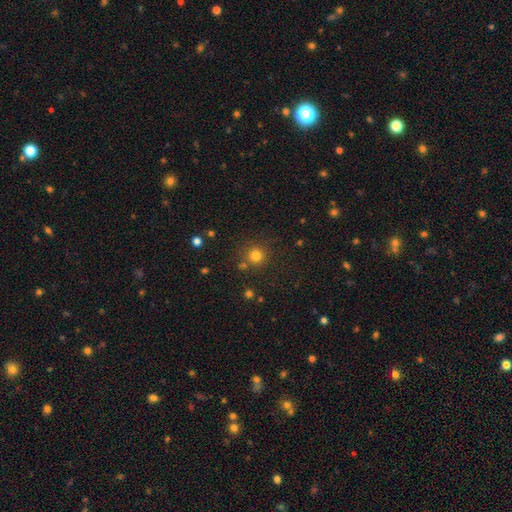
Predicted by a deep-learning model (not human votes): Q: Smooth or featured?
A: smooth (79%); runner-up: star or artifact (16%)
Q: How rounded?
A: round (94%); runner-up: in between (6%)
Q: Merging?
A: none (80%); runner-up: minor disturbance (8%)